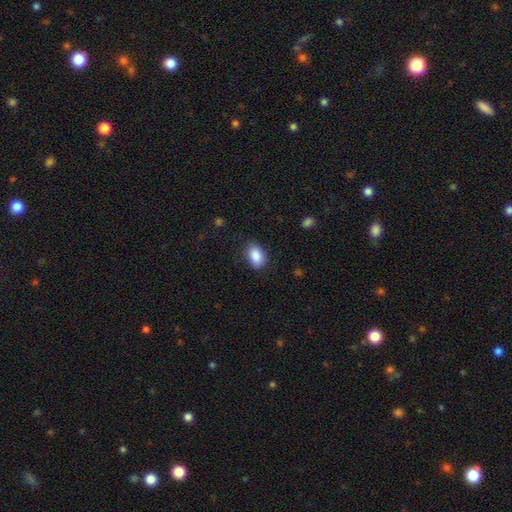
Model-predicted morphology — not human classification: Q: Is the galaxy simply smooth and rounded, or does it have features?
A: smooth — 88%.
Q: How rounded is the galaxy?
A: in between — 86%.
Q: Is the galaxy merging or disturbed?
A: none — 84%.